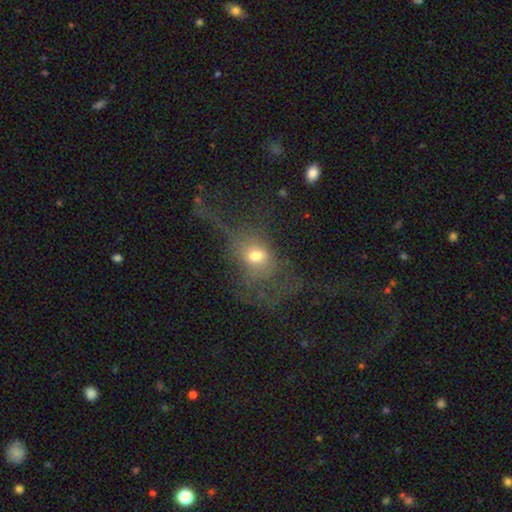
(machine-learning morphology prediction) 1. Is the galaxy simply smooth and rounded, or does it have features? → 49% smooth, 32% featured or disk, 19% star or artifact.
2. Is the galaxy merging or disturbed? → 45% major disturbance, 35% none, 16% minor disturbance, 4% merger.